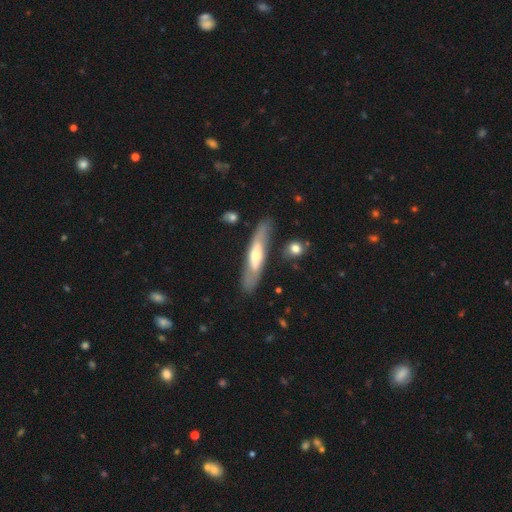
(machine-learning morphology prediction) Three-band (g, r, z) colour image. It shows a featured or disk galaxy (56%) viewed edge-on (58%). Merging: none (80%).